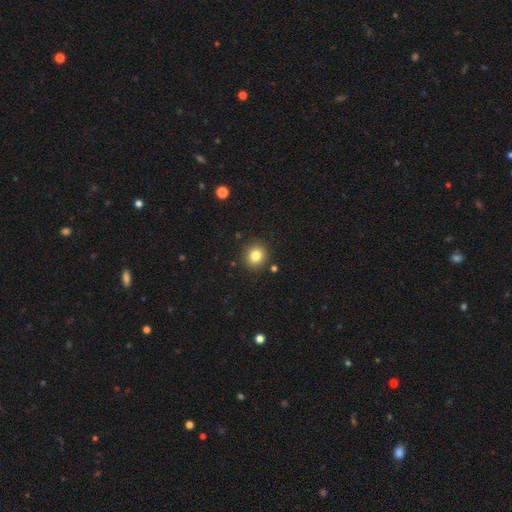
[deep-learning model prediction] Smooth or featured? Predicted: smooth (p=0.81). How rounded? Predicted: round (p=0.88). Merging? Predicted: none (p=0.89).